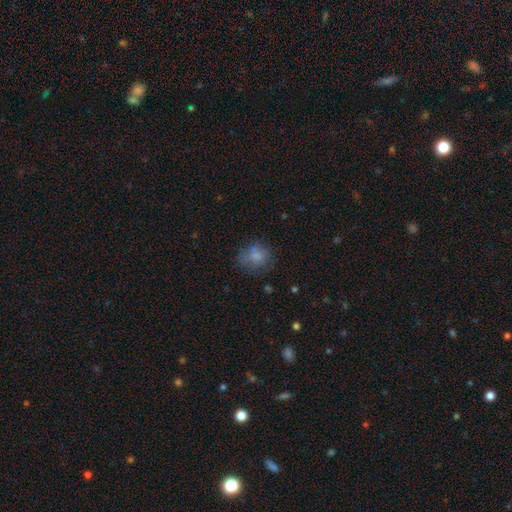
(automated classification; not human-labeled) Smooth or featured? smooth (75%)
How rounded? round (67%)
Merging? none (61%)